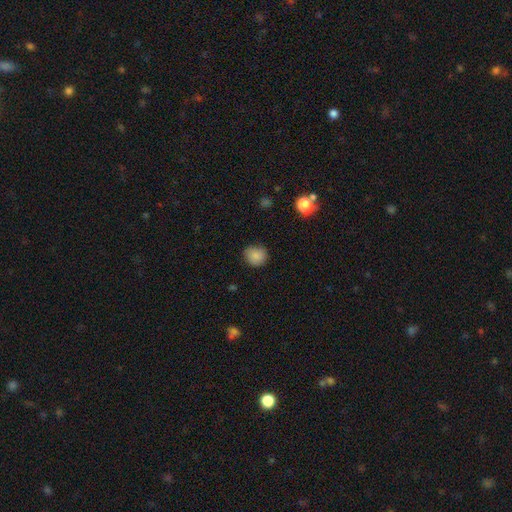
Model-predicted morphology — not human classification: The model was most divided on "merging": none: 81%, minor disturbance: 15%, major disturbance: 3%, merger: 1%. More confident: how rounded — round (86%); smooth or featured — smooth (86%).